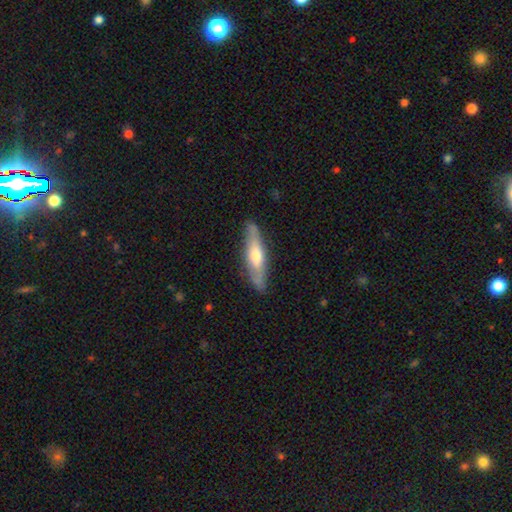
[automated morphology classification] type=featured or disk (51%); edge-on=yes (76%); merging=none (83%).